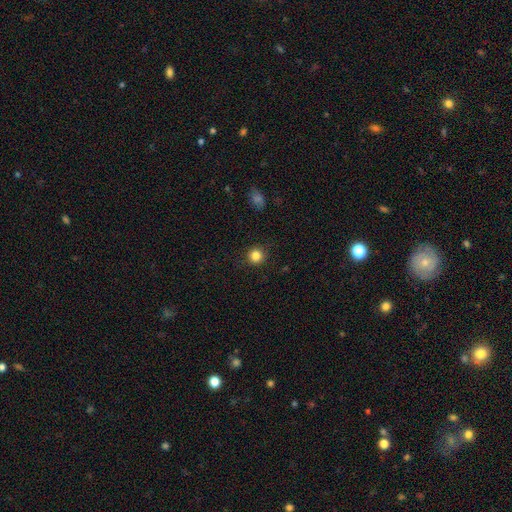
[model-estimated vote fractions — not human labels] This appears to be a smooth galaxy with no disk features (84%) that is round (93%). Merging: none (89%).